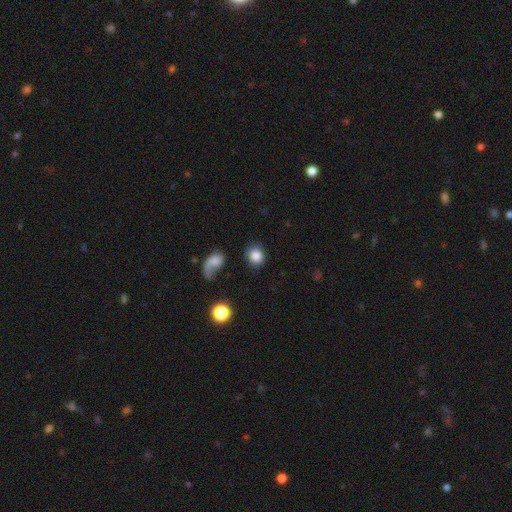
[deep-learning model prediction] Smooth or featured?
  - smooth: 84% *
  - star or artifact: 9%
  - featured or disk: 7%
How rounded?
  - round: 70% *
  - in between: 29%
  - cigar-shaped: 2%
Merging?
  - none: 76% *
  - minor disturbance: 12%
  - major disturbance: 6%
  - merger: 5%